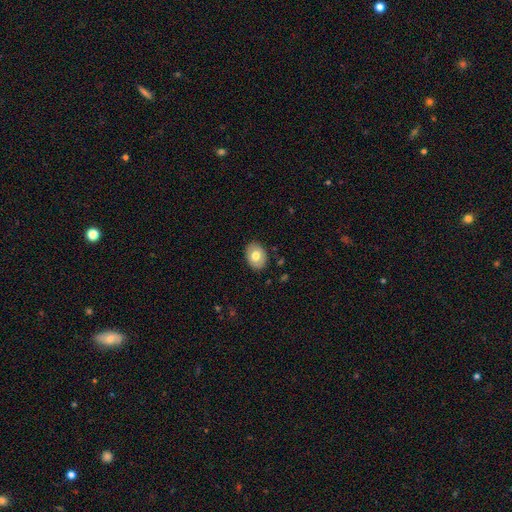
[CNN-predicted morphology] Smooth or featured? Predicted: smooth (p=0.70). How rounded? Predicted: in between (p=0.69). Merging? Predicted: none (p=0.87).